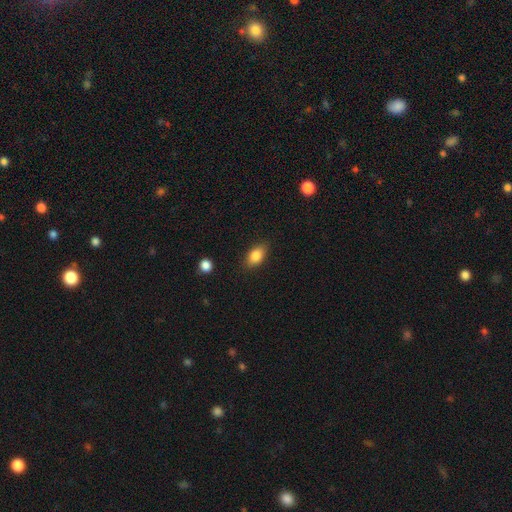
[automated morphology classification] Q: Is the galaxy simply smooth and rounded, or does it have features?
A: smooth — 84%.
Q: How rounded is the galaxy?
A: in between — 86%.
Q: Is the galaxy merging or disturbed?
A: none — 84%.